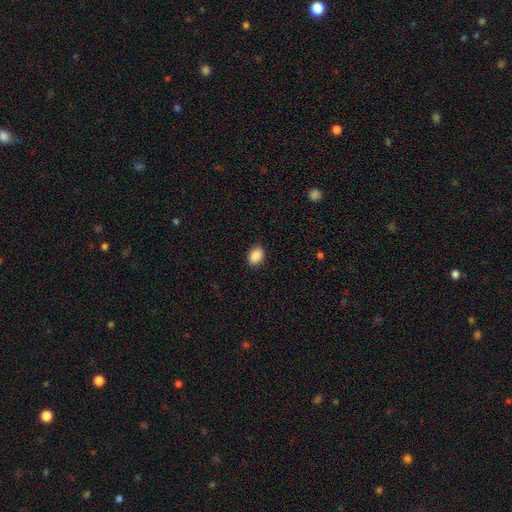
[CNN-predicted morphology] Overall: smooth (90%). How rounded: in between (81%). Merging: none (88%).